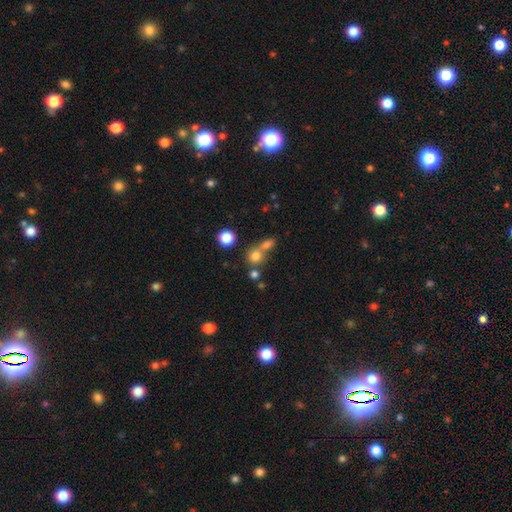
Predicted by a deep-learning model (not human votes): Smooth or featured?
  - smooth: 75% *
  - star or artifact: 16%
  - featured or disk: 10%
How rounded?
  - round: 83% *
  - in between: 16%
  - cigar-shaped: 1%
Merging?
  - none: 49% *
  - merger: 40%
  - minor disturbance: 7%
  - major disturbance: 4%